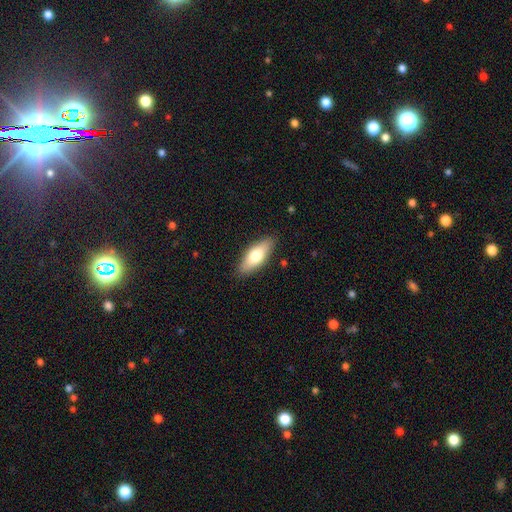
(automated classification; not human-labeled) Smooth or featured? Predicted: smooth (p=0.69). How rounded? Predicted: in between (p=0.70). Merging? Predicted: none (p=0.87).